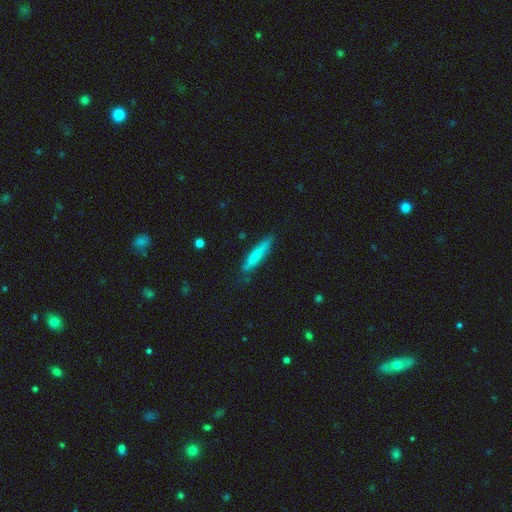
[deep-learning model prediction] This is likely a smooth galaxy (72%). How rounded: clearly cigar-shaped (89%). Merging: likely none (77%).